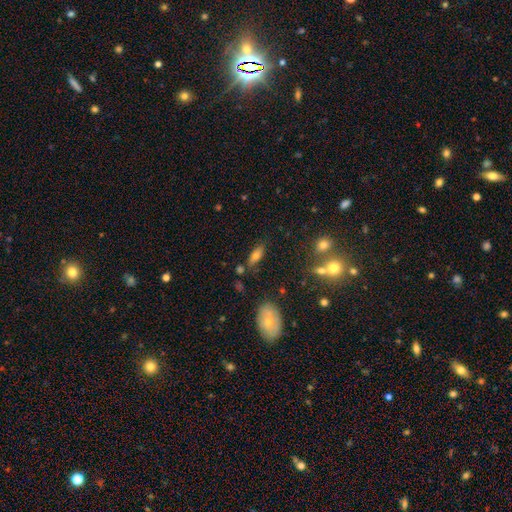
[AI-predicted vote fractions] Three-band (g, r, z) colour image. It shows a smooth galaxy with no disk features (71%) that is in between round and cigar-shaped (73%). Merging: none (74%).